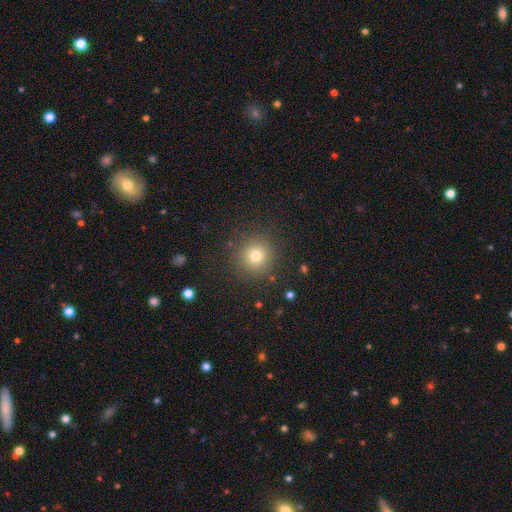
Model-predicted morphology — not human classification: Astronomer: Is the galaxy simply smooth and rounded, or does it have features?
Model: smooth — 75%.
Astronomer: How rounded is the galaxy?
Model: round — 95%.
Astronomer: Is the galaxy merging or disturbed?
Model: none — 89%.